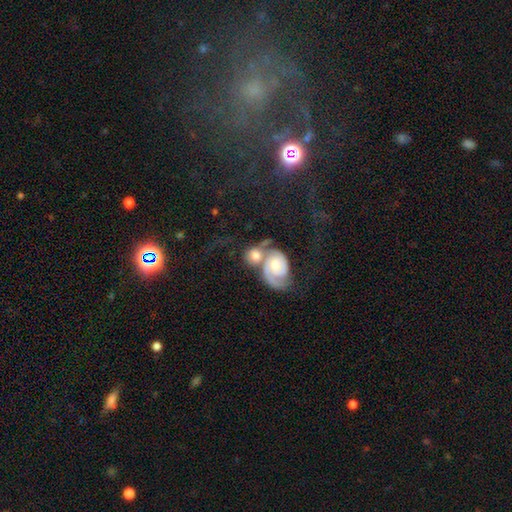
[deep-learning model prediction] The model was most divided on "smooth or featured": featured or disk: 53%, smooth: 38%, star or artifact: 9%. More confident: edge-on disk — no (96%); spiral arms — yes (86%); bar — no (69%); merging — merger (59%); bulge size — moderate (52%).